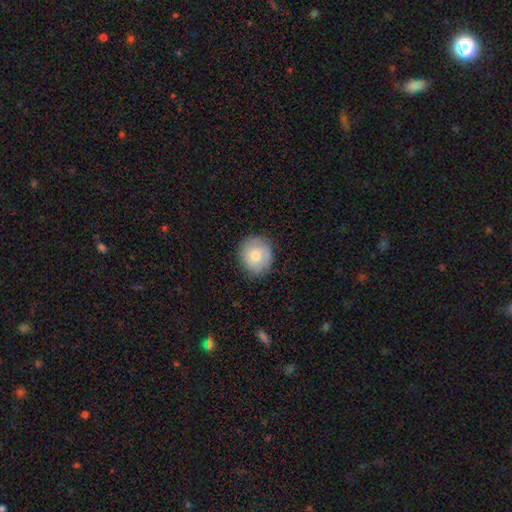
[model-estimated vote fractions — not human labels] A smooth galaxy with no disk features (66%) that is round (87%).

Vote fractions:
- Smooth or featured? smooth: 66% / featured or disk: 27% / star or artifact: 8%
- How rounded? round: 87% / in between: 12% / cigar-shaped: 1%
- Merging? none: 82% / minor disturbance: 13% / major disturbance: 3% / merger: 1%